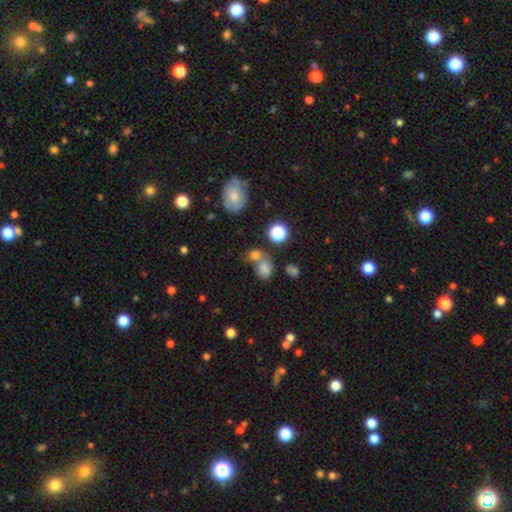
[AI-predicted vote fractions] A smooth galaxy with no disk features (74%) that is round (51%).

Vote fractions:
- Smooth or featured? smooth: 74% / star or artifact: 17% / featured or disk: 10%
- How rounded? round: 51% / in between: 47% / cigar-shaped: 2%
- Merging? merger: 49% / none: 35% / minor disturbance: 10% / major disturbance: 6%